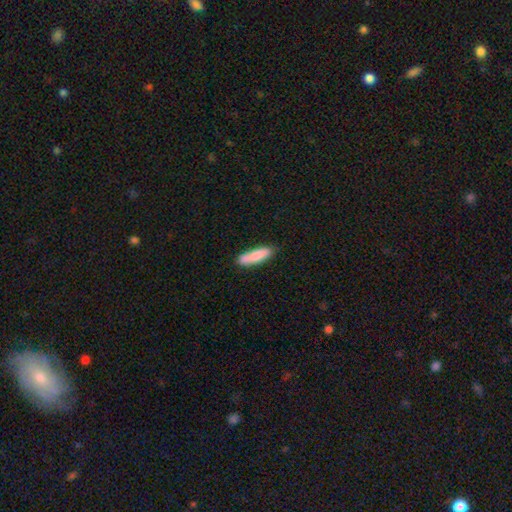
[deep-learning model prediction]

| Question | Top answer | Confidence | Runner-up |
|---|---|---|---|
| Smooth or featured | smooth | 82% | featured or disk (12%) |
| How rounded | cigar-shaped | 64% | in between (35%) |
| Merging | none | 71% | minor disturbance (19%) |